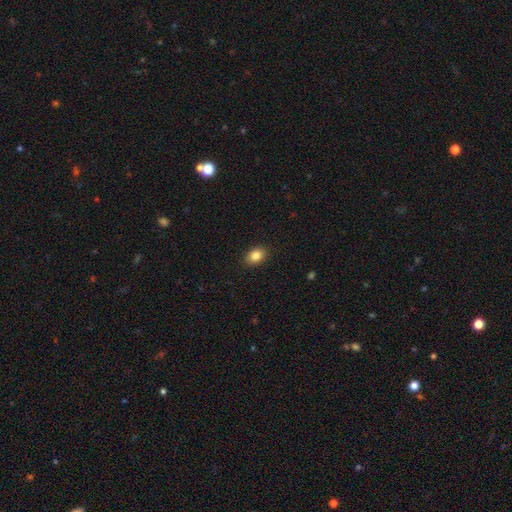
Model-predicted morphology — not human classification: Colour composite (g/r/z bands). It shows a smooth galaxy with no disk features (85%) that is in between round and cigar-shaped (75%). Merging: none (90%).